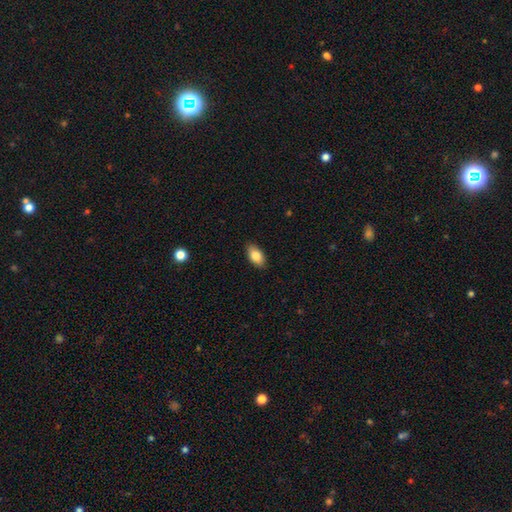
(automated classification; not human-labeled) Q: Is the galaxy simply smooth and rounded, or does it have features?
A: smooth — 84%.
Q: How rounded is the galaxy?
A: in between — 93%.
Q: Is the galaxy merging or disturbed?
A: none — 88%.